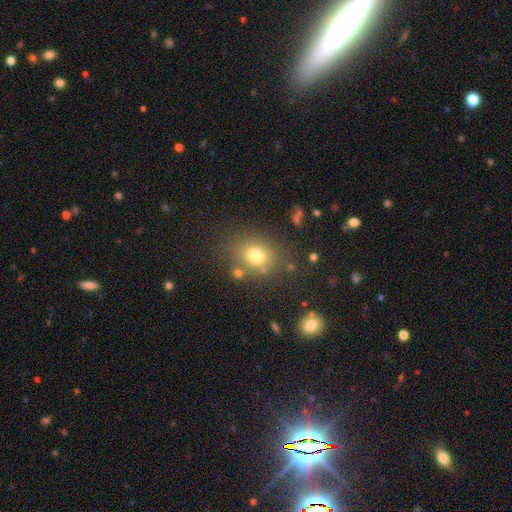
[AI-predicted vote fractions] smooth_or_featured: smooth (p=0.74) [alt: star or artifact p=0.16]
how_rounded: round (p=0.56) [alt: in between p=0.43]
merging: none (p=0.76) [alt: minor disturbance p=0.12]